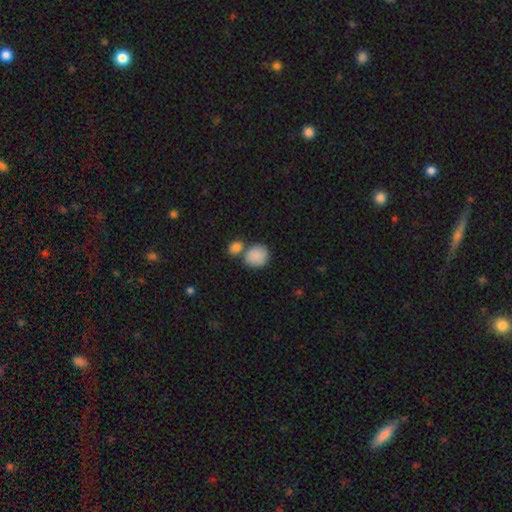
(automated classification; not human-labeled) Q: Smooth or featured?
A: smooth (88%); runner-up: star or artifact (7%)
Q: How rounded?
A: round (69%); runner-up: in between (30%)
Q: Merging?
A: none (52%); runner-up: merger (30%)